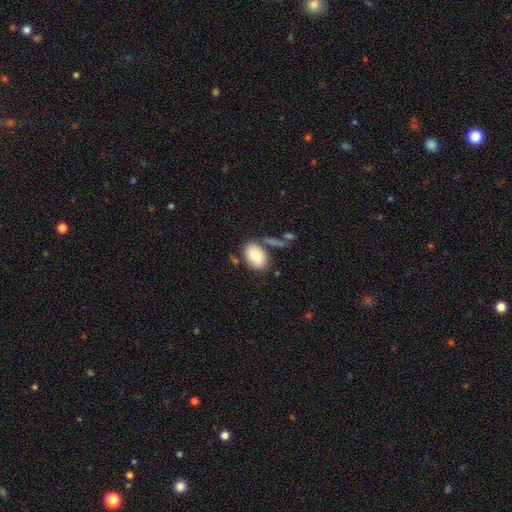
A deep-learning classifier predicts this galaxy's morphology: Smooth or featured?
  - smooth: 82% *
  - featured or disk: 11%
  - star or artifact: 7%
How rounded?
  - in between: 83% *
  - round: 15%
  - cigar-shaped: 1%
Merging?
  - none: 64% *
  - minor disturbance: 17%
  - merger: 13%
  - major disturbance: 6%